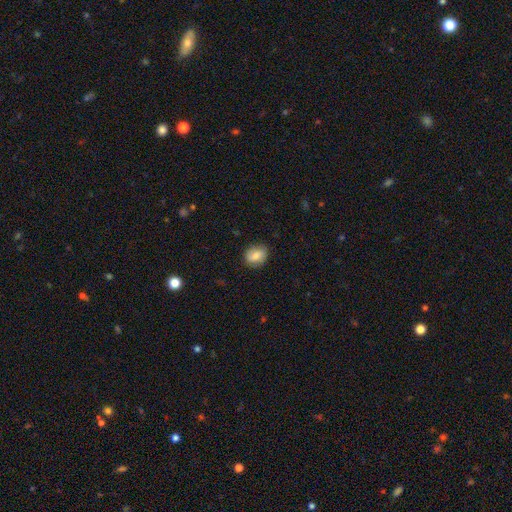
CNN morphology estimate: Smooth or featured: smooth — 75% (featured or disk — 16%)
How rounded: round — 50% (in between — 49%)
Merging: none — 80% (minor disturbance — 15%)